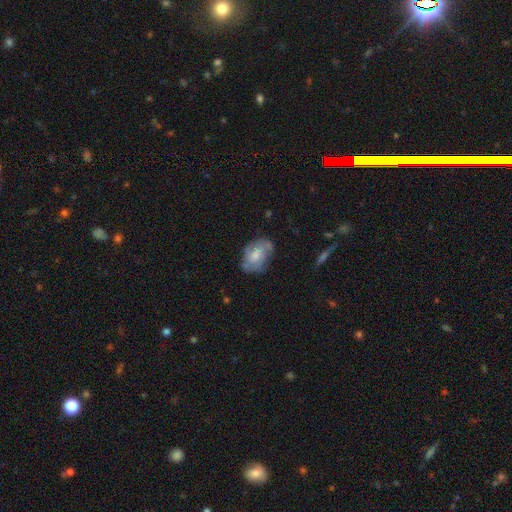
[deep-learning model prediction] Smooth or featured? featured or disk (52%)
Edge-on disk? no (96%)
Bar? no (64%)
Spiral arms? yes (74%)
Bulge size? moderate (48%)
Merging? none (61%)